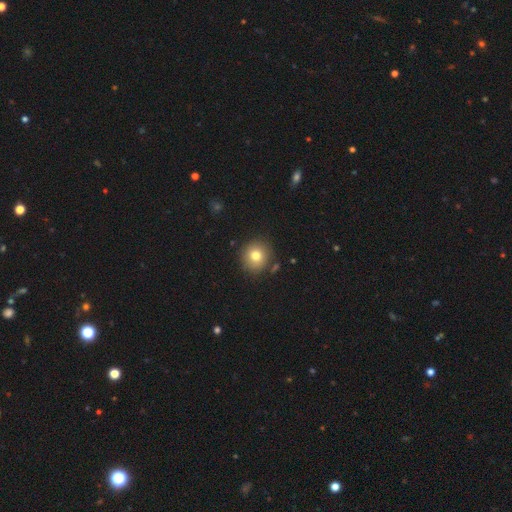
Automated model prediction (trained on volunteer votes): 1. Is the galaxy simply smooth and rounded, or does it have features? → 78% smooth, 12% star or artifact, 11% featured or disk.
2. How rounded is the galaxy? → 89% round, 10% in between, 1% cigar-shaped.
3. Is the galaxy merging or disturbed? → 86% none, 9% minor disturbance, 3% merger, 2% major disturbance.